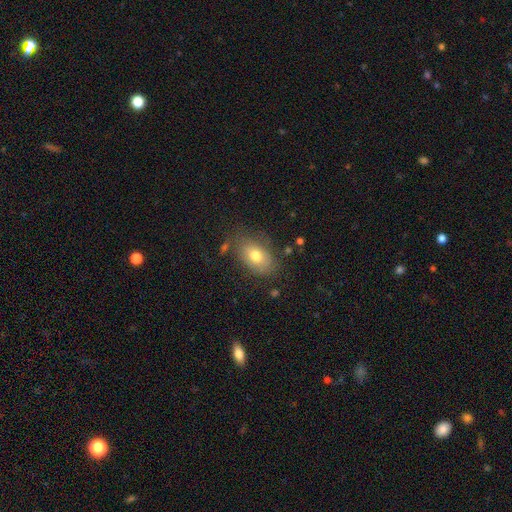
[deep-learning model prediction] This appears to be a smooth galaxy with no disk features (71%) that is in between round and cigar-shaped (87%). Merging: none (71%).